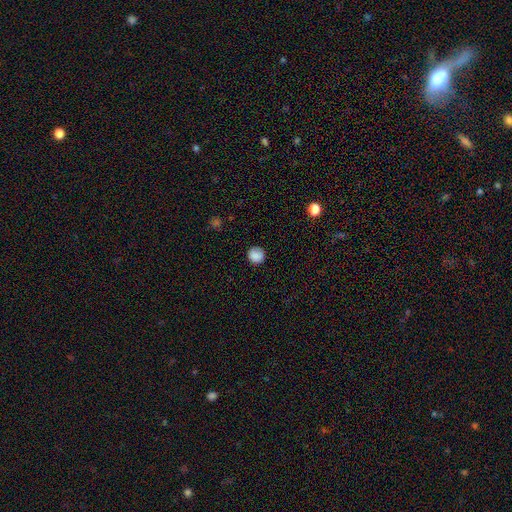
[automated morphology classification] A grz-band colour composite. It shows a smooth galaxy with no disk features (87%) that is round (93%). Merging: none (87%).